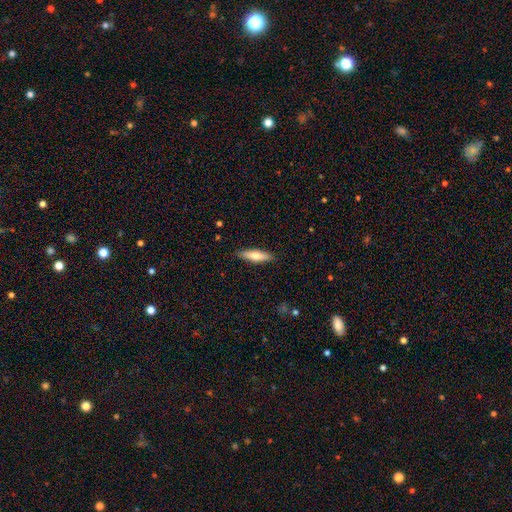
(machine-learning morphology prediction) Q: Smooth or featured?
A: smooth (72%); runner-up: featured or disk (22%)
Q: How rounded?
A: cigar-shaped (68%); runner-up: in between (30%)
Q: Merging?
A: none (89%); runner-up: minor disturbance (8%)